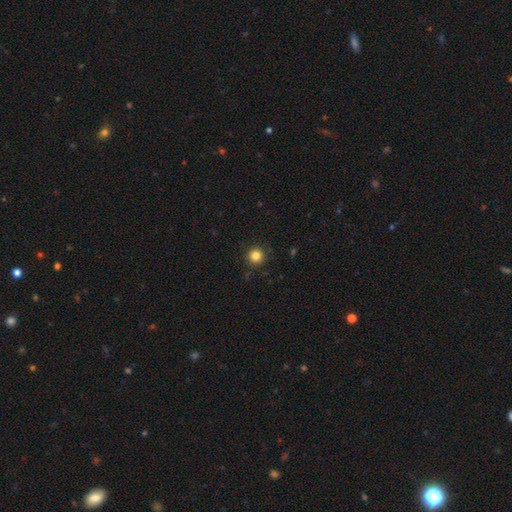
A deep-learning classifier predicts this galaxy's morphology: smooth-or-featured: smooth: 84% | star or artifact: 12% | featured or disk: 4%
  how-rounded: round: 95% | in between: 4% | cigar-shaped: 1%
  merging: none: 90% | minor disturbance: 7% | major disturbance: 2% | merger: 1%